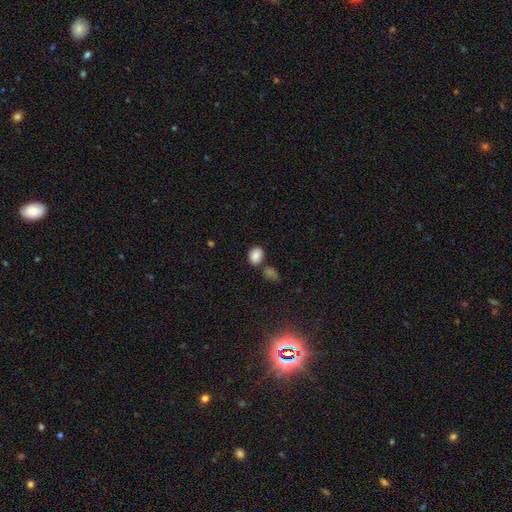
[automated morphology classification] A smooth galaxy with no disk features (86%) that is in between round and cigar-shaped (64%). Merging: none (65%).